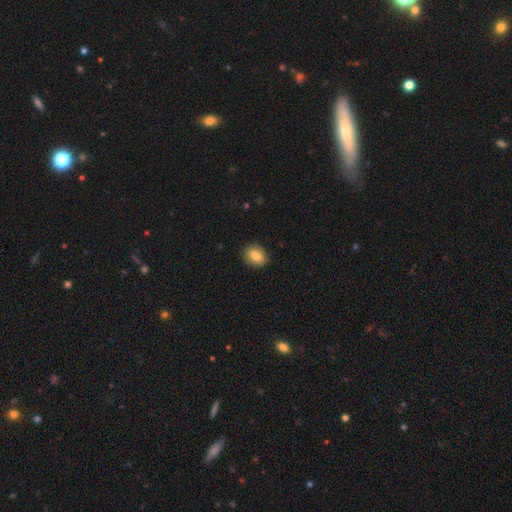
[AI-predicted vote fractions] smooth_or_featured: smooth (p=0.84) [alt: star or artifact p=0.08]
how_rounded: in between (p=0.53) [alt: round p=0.46]
merging: none (p=0.89) [alt: minor disturbance p=0.08]